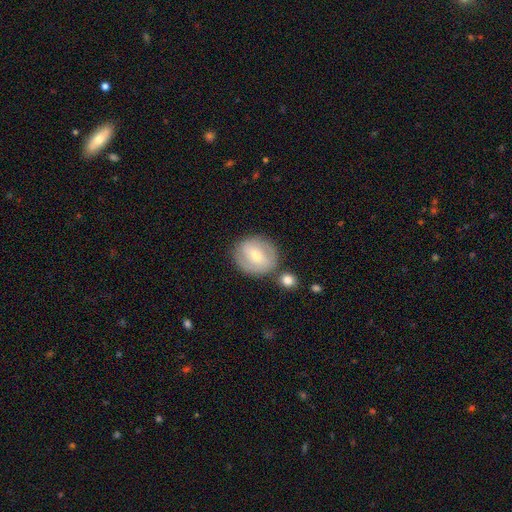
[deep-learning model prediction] Smooth or featured?
  - featured or disk: 51% *
  - smooth: 42%
  - star or artifact: 6%
Edge-on disk?
  - no: 96% *
  - yes: 4%
Merging?
  - none: 71% *
  - minor disturbance: 14%
  - merger: 10%
  - major disturbance: 5%